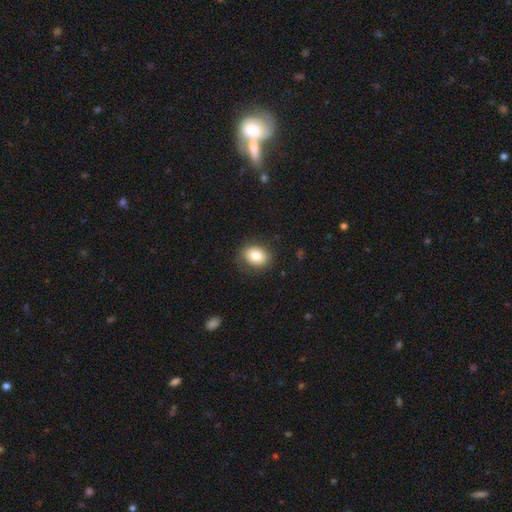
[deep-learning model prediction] Smooth or featured? Predicted: smooth (p=0.81). How rounded? Predicted: in between (p=0.58). Merging? Predicted: none (p=0.81).